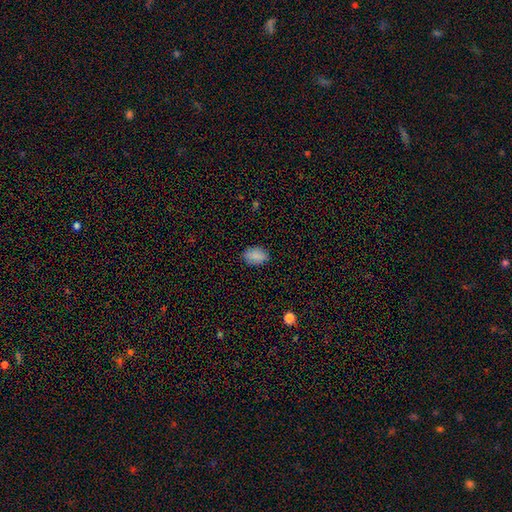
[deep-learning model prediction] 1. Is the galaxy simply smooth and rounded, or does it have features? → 86% smooth, 9% star or artifact, 5% featured or disk.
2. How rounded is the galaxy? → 87% in between, 11% round, 1% cigar-shaped.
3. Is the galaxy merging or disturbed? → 85% none, 12% minor disturbance, 3% major disturbance, 1% merger.